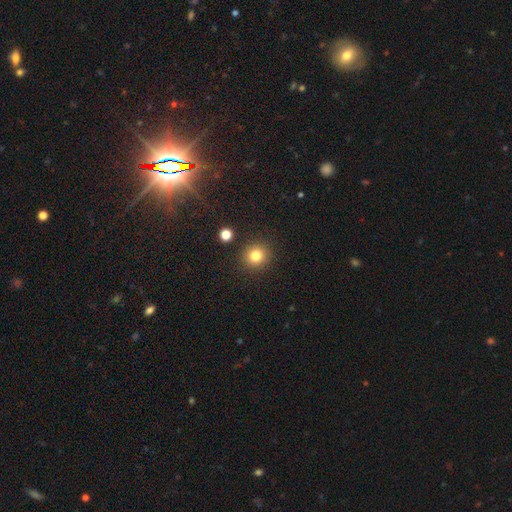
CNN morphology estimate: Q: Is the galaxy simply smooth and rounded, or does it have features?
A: smooth — 81%.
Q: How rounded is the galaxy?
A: round — 92%.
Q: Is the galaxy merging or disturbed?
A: none — 89%.